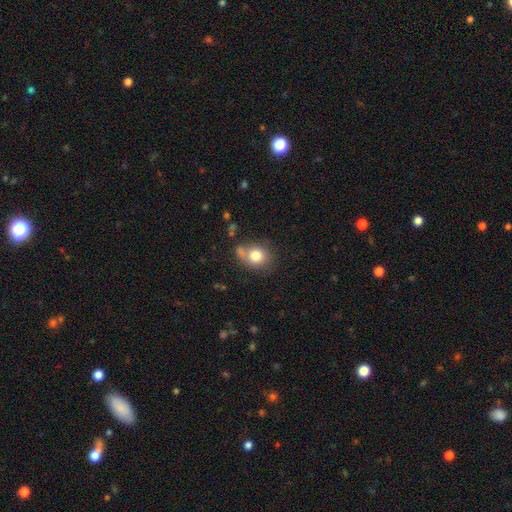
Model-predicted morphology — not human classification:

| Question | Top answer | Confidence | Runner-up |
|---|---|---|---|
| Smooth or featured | smooth | 79% | featured or disk (11%) |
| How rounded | round | 72% | in between (27%) |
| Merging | none | 58% | minor disturbance (19%) |